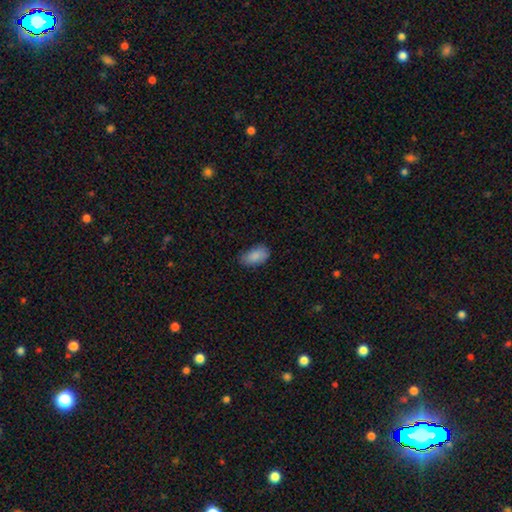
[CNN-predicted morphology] Smooth or featured?
  - smooth: 87% *
  - star or artifact: 7%
  - featured or disk: 6%
How rounded?
  - in between: 93% *
  - round: 4%
  - cigar-shaped: 2%
Merging?
  - none: 75% *
  - minor disturbance: 20%
  - major disturbance: 3%
  - merger: 1%